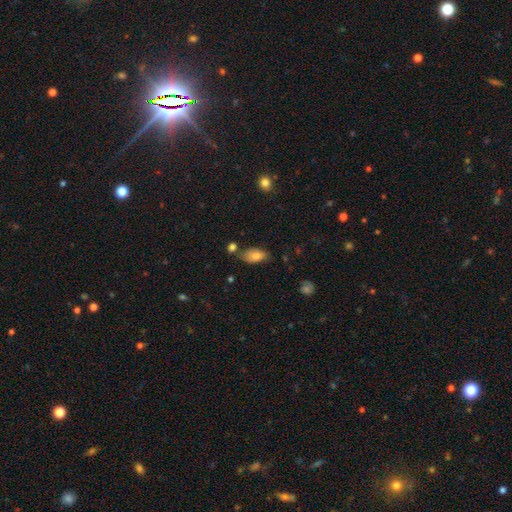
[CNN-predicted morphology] Smooth or featured: smooth — 75% (featured or disk — 17%)
How rounded: in between — 92% (round — 5%)
Merging: none — 57% (minor disturbance — 27%)